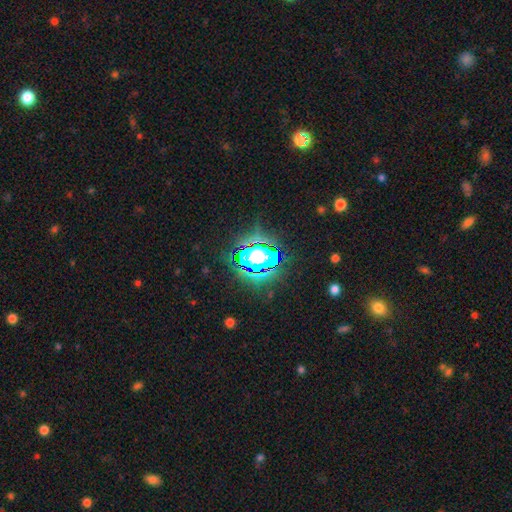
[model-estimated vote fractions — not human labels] This is clearly a star or artifact rather than a galaxy (81%).